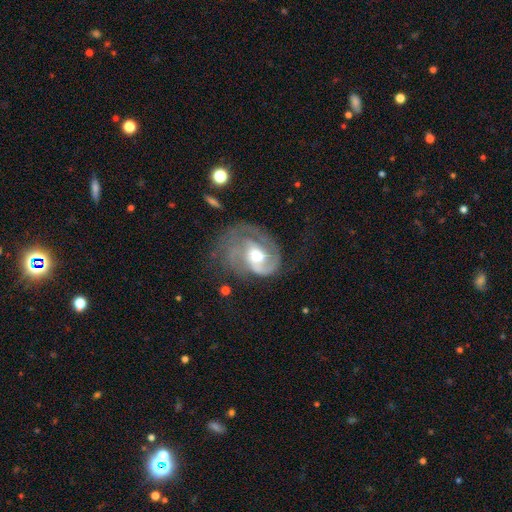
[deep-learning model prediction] Smooth or featured? Predicted: featured or disk (p=0.84). Edge-on disk? Predicted: no (p=0.98). Bar? Predicted: no (p=0.52). Spiral arms? Predicted: yes (p=0.93). Spiral winding? Predicted: medium (p=0.41). Spiral arm count? Predicted: 1 (p=0.38). Bulge size? Predicted: moderate (p=0.64). Merging? Predicted: none (p=0.40).